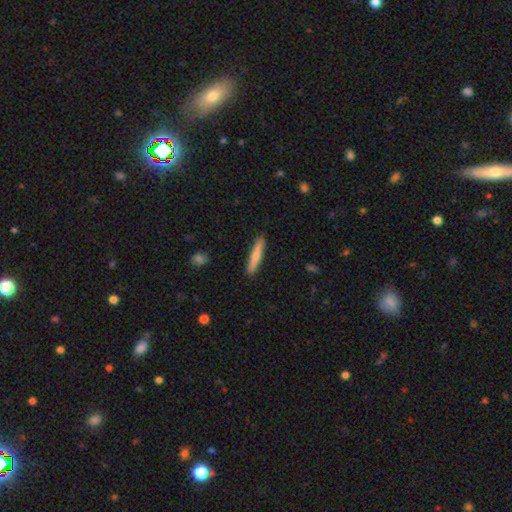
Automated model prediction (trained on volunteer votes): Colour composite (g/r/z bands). It shows a smooth galaxy with no disk features (67%) that is cigar-shaped (92%). Merging: none (90%).